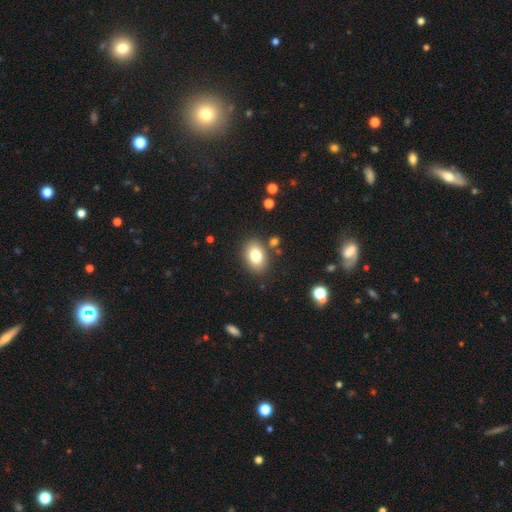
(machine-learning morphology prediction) A smooth galaxy with no disk features (81%) that is in between round and cigar-shaped (82%). Merging: none (83%).